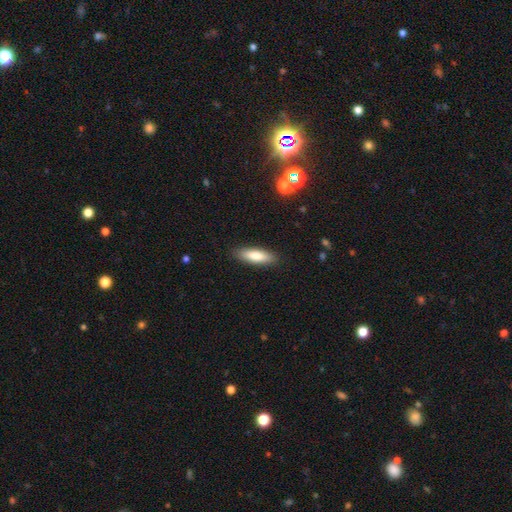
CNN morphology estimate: This is likely a smooth galaxy (80%). How rounded: possibly cigar-shaped (50%). Merging: clearly none (88%).